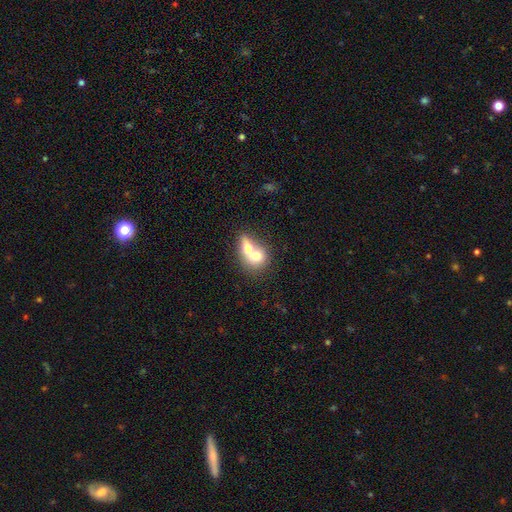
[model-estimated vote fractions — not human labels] smooth_or_featured: smooth (p=0.66) [alt: featured or disk p=0.27]
how_rounded: round (p=0.53) [alt: in between p=0.44]
merging: merger (p=0.76) [alt: none p=0.16]